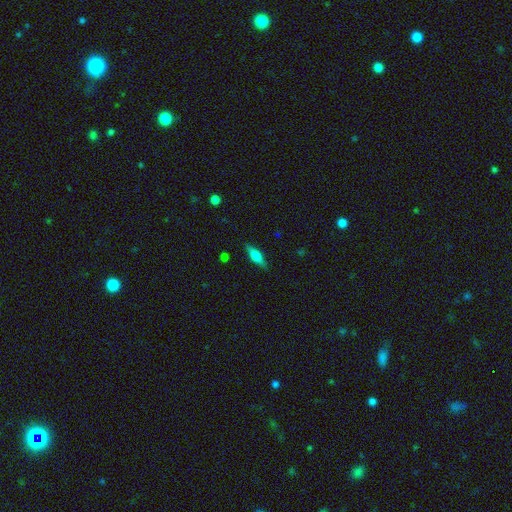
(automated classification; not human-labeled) This is possibly a smooth galaxy (52%). How rounded: possibly in between (49%). Merging: clearly none (86%).